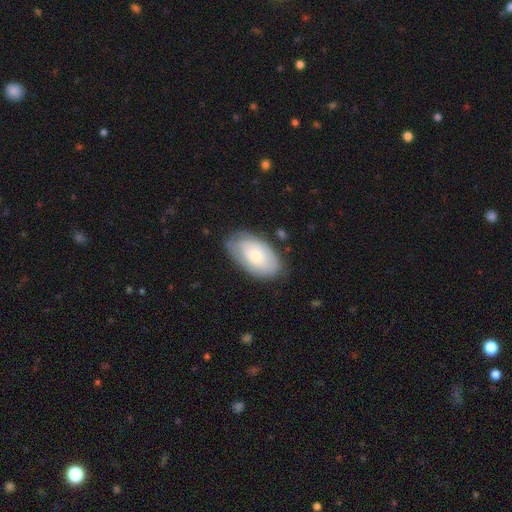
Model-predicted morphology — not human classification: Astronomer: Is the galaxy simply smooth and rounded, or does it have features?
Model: smooth — 53% (runner-up: featured or disk, 41%).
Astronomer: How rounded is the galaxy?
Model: in between — 92%.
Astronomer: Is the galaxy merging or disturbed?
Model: none — 70%.